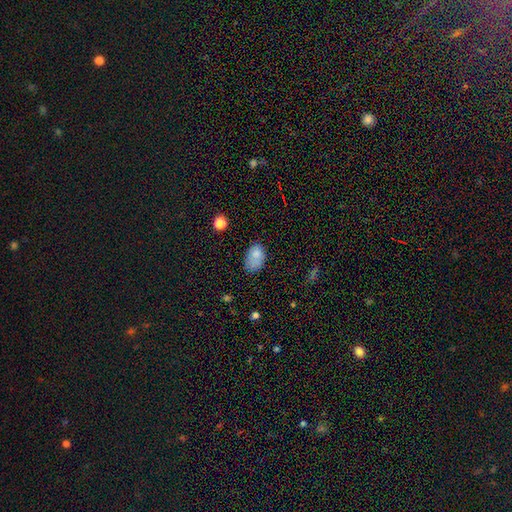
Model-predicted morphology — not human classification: Smooth or featured? Predicted: smooth (p=0.78). How rounded? Predicted: in between (p=0.86). Merging? Predicted: none (p=0.55).